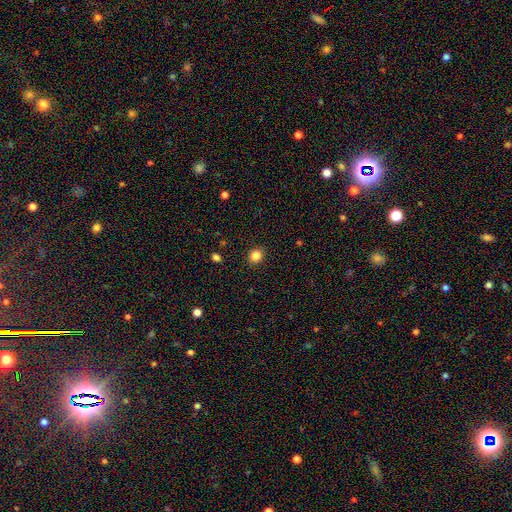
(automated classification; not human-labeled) smooth 85%, star or artifact 11%, featured or disk 4%. Down the decision tree: how rounded — round (74%); merging — none (90%).